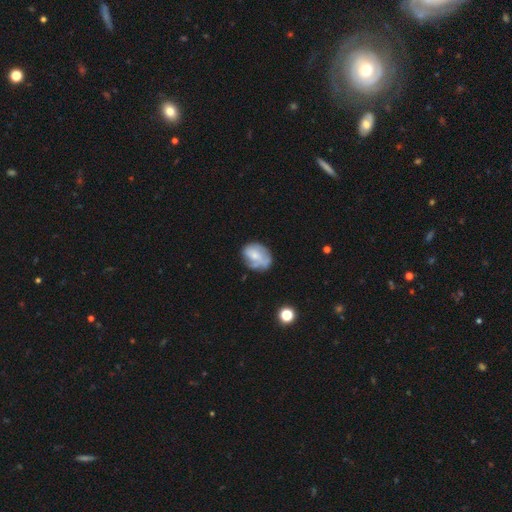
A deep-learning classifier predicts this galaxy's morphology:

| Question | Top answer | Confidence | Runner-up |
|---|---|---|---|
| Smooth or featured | smooth | 51% | featured or disk (41%) |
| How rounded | in between | 66% | round (33%) |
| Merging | none | 49% | minor disturbance (31%) |